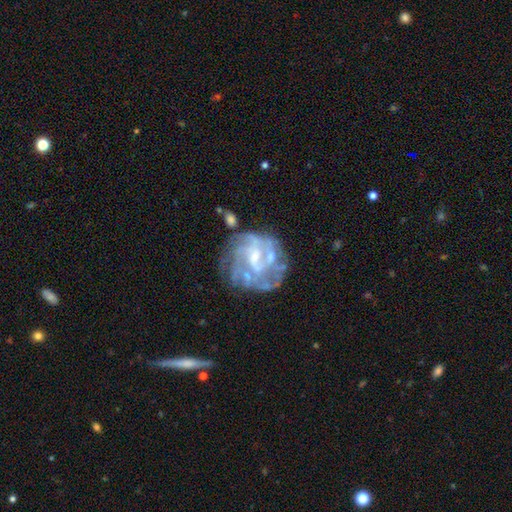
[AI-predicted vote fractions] A featured or disk galaxy (79%) with no bar (51%), tight (51%) spiral arms (68%) and a small central bulge (56%).

Vote fractions:
- Smooth or featured? featured or disk: 79% / smooth: 12% / star or artifact: 9%
- Edge-on disk? no: 98% / yes: 2%
- Bar? no: 51% / weak: 39% / strong: 9%
- Spiral arms? yes: 68% / no: 32%
- Spiral winding? tight: 51% / medium: 33% / loose: 16%
- Spiral arm count? can't tell: 50% / 4: 14% / 3: 13% / 2: 10% / more than 4: 7% / 1: 5%
- Bulge size? small: 56% / moderate: 28% / none: 12% / large: 2% / dominant: 1%
- Merging? none: 54% / minor disturbance: 20% / major disturbance: 18% / merger: 8%